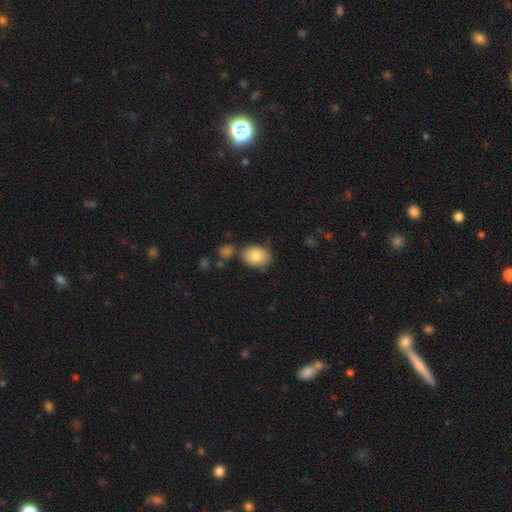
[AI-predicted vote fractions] Morphology: type=smooth (83%); roundness=in between (61%); merging=none (73%).